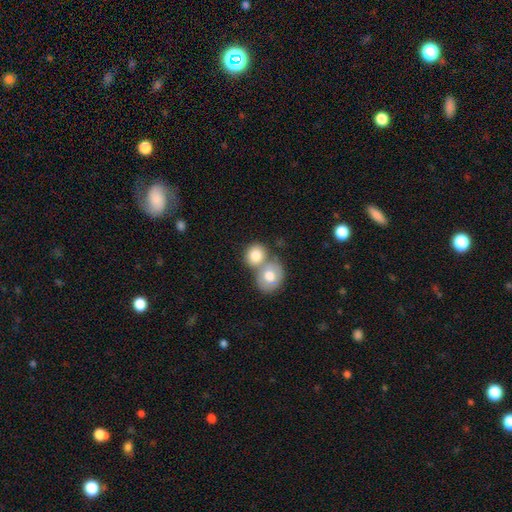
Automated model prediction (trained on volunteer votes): Smooth or featured: smooth — 78% (featured or disk — 15%)
How rounded: round — 70% (in between — 29%)
Merging: merger — 57% (none — 32%)